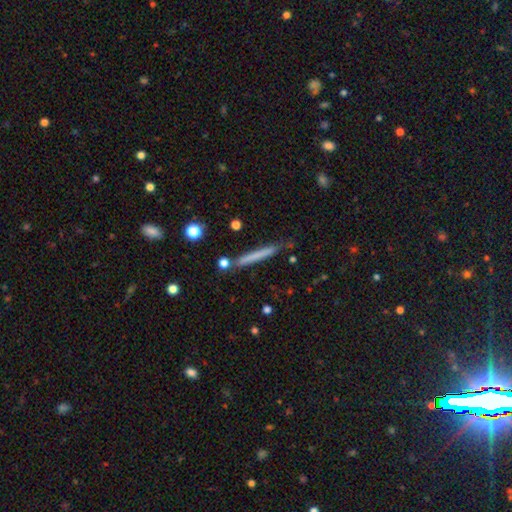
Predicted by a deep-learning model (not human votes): Q: Smooth or featured?
A: smooth (63%); runner-up: featured or disk (30%)
Q: How rounded?
A: cigar-shaped (96%); runner-up: in between (2%)
Q: Merging?
A: none (80%); runner-up: minor disturbance (13%)